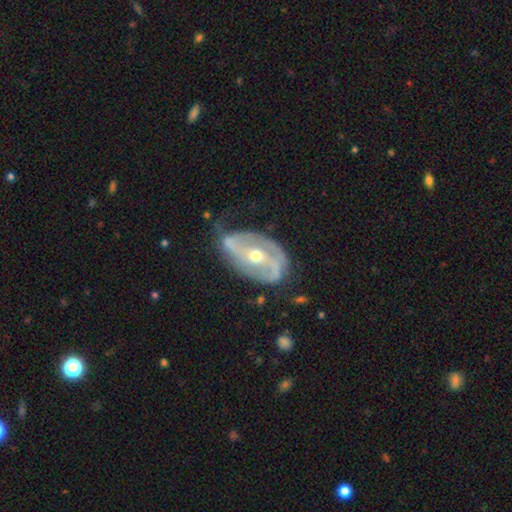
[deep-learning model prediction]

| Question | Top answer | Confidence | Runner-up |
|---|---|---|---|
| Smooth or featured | featured or disk | 85% | smooth (10%) |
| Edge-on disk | no | 95% | yes (5%) |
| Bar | strong | 44% | weak (31%) |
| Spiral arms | yes | 85% | no (15%) |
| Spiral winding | medium | 40% | tight (34%) |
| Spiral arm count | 2 | 74% | can't tell (13%) |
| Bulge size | moderate | 61% | small (35%) |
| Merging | none | 52% | minor disturbance (30%) |